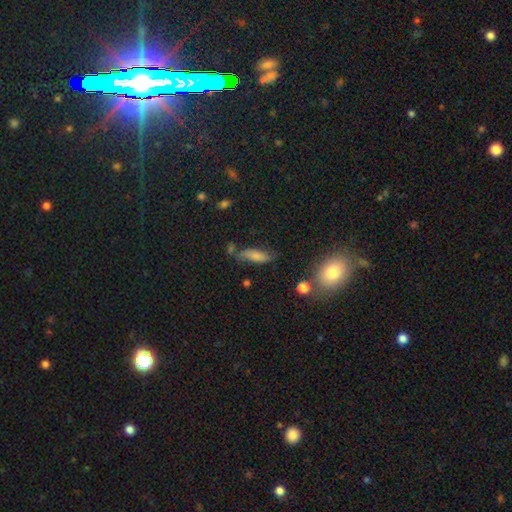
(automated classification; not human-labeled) The model was most divided on "how rounded": in between: 51%, cigar-shaped: 46%, round: 3%. More confident: smooth or featured — smooth (72%); merging — none (62%).